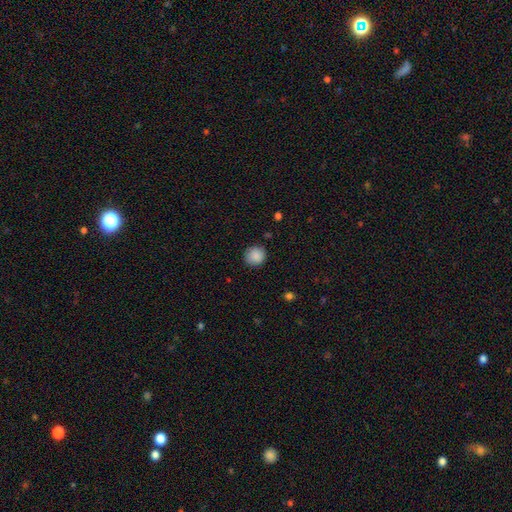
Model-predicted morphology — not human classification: This is clearly a smooth galaxy (88%). How rounded: clearly round (92%). Merging: clearly none (88%).